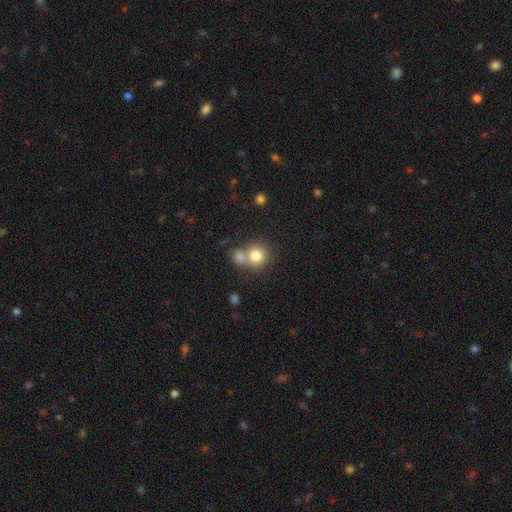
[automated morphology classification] Smooth or featured? Predicted: smooth (p=0.79). How rounded? Predicted: round (p=0.86). Merging? Predicted: merger (p=0.47).